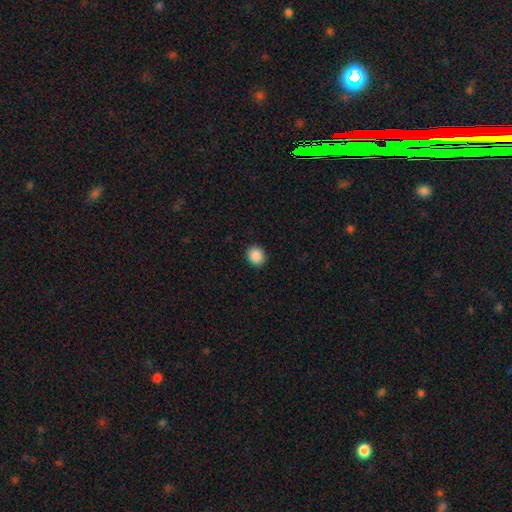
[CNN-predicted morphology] smooth-or-featured: smooth: 89% | star or artifact: 8% | featured or disk: 3%
  how-rounded: round: 77% | in between: 23% | cigar-shaped: 1%
  merging: none: 92% | minor disturbance: 6% | major disturbance: 2% | merger: 1%